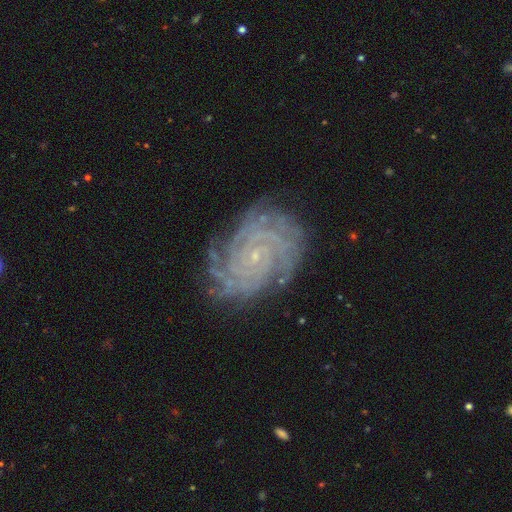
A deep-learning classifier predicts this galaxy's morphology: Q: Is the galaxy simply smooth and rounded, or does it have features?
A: featured or disk — 87%.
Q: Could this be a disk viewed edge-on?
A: no — 97%.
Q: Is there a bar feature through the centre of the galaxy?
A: no — 76%.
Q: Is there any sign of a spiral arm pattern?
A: yes — 98%.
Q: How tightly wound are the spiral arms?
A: tight — 82%.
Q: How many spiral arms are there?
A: more than 4 — 27%.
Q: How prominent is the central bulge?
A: small — 88%.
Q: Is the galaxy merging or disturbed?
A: none — 81%.